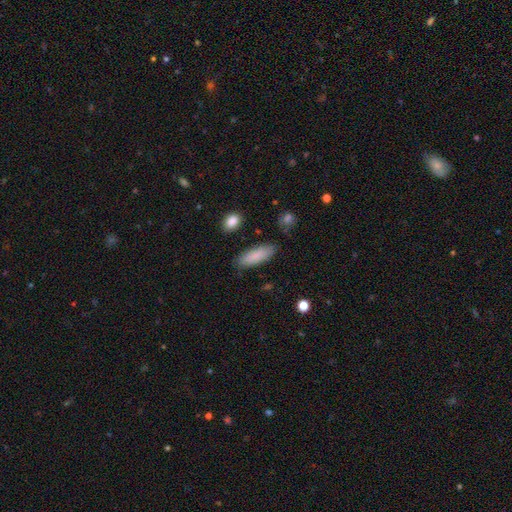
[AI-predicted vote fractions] Q: Smooth or featured?
A: smooth (86%); runner-up: featured or disk (8%)
Q: How rounded?
A: in between (62%); runner-up: cigar-shaped (37%)
Q: Merging?
A: none (83%); runner-up: minor disturbance (12%)